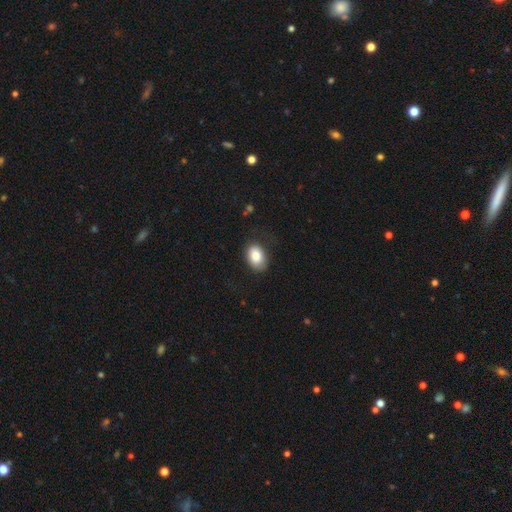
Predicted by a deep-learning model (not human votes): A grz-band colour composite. It shows a smooth galaxy with no disk features (83%) that is in between round and cigar-shaped (83%). Merging: none (72%).